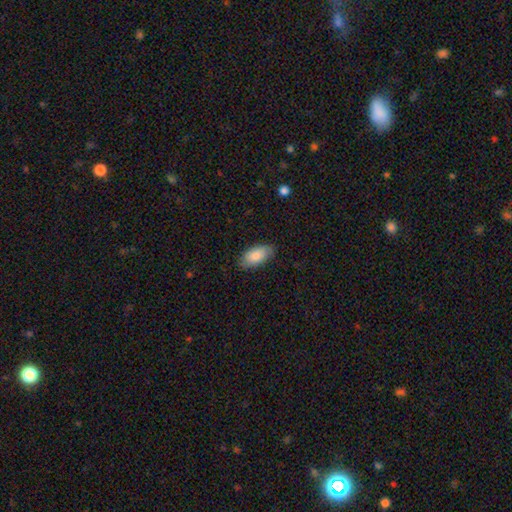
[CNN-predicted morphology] Smooth or featured? Predicted: smooth (p=0.86). How rounded? Predicted: in between (p=0.93). Merging? Predicted: none (p=0.81).